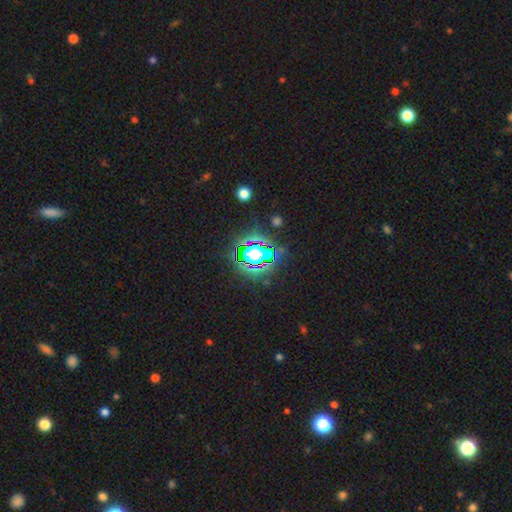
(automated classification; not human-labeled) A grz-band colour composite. It shows a star or artifact, not a galaxy (81%).